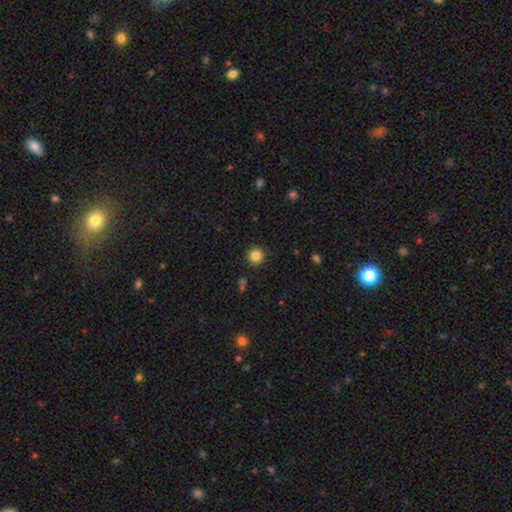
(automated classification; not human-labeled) A smooth galaxy with no disk features (84%) that is round (94%). Merging: none (90%).